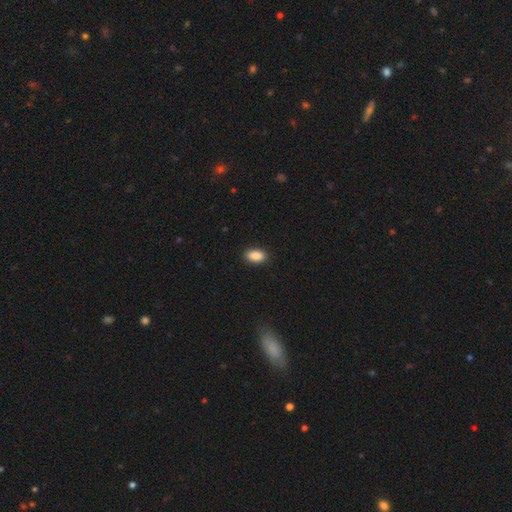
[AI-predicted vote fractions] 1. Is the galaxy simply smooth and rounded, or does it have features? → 90% smooth, 7% star or artifact, 3% featured or disk.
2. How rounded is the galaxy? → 92% in between, 6% round, 2% cigar-shaped.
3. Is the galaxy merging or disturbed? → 90% none, 7% minor disturbance, 2% major disturbance, 1% merger.